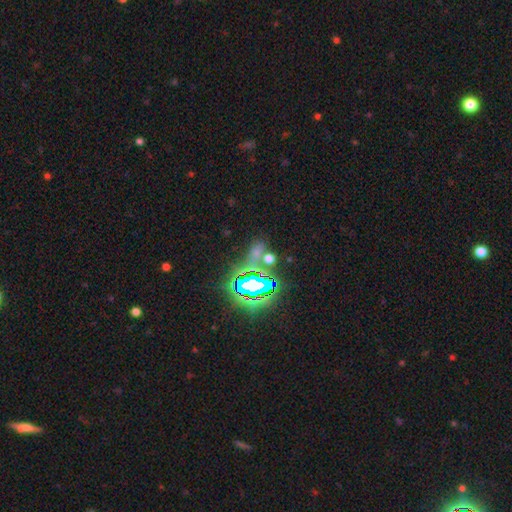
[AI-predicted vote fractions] A star or artifact, not a galaxy (63%).